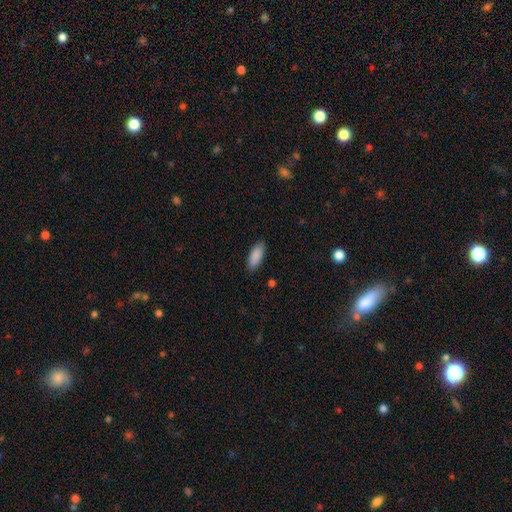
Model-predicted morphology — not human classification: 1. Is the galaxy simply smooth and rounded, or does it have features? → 89% smooth, 6% star or artifact, 5% featured or disk.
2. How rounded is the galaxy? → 81% in between, 17% cigar-shaped, 2% round.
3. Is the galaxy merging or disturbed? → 85% none, 11% minor disturbance, 2% major disturbance, 1% merger.